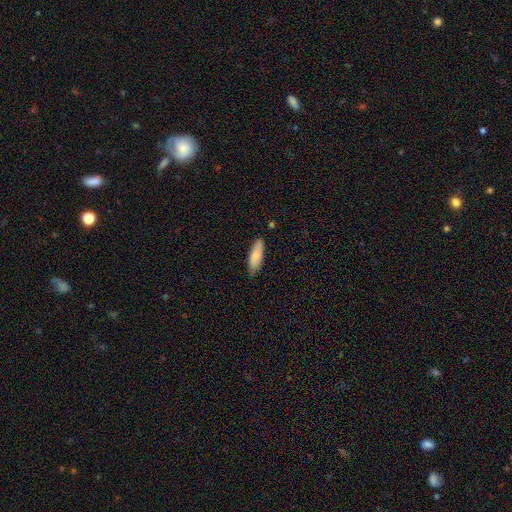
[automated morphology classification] Smooth or featured? Predicted: smooth (p=0.84). How rounded? Predicted: in between (p=0.56). Merging? Predicted: none (p=0.80).